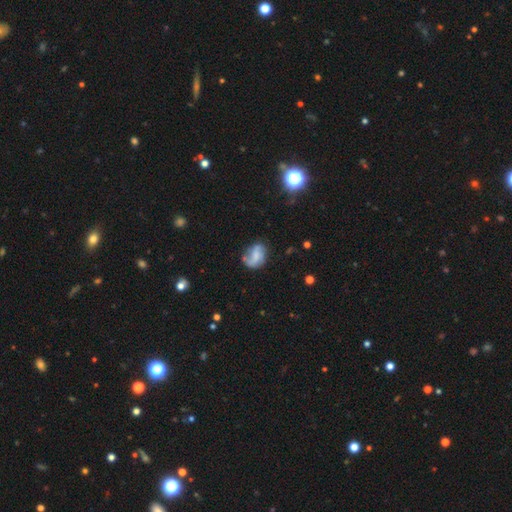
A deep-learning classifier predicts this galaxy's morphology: smooth-or-featured: featured or disk: 53% | smooth: 38% | star or artifact: 9%
  disk-edge-on: no: 97% | yes: 3%
    bar: no: 43% | weak: 40% | strong: 17%
    has-spiral-arms: yes: 79% | no: 21%
    bulge-size: none: 47% | small: 28% | moderate: 19% | large: 5% | dominant: 2%
  merging: none: 56% | minor disturbance: 26% | major disturbance: 14% | merger: 4%